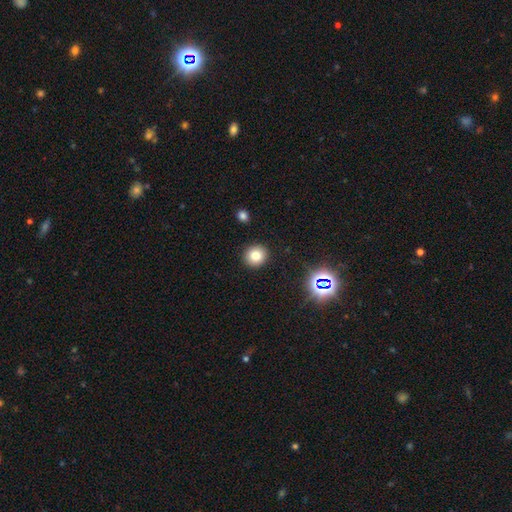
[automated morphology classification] smooth-or-featured: smooth: 79% | star or artifact: 14% | featured or disk: 8%
  how-rounded: round: 89% | in between: 10% | cigar-shaped: 1%
  merging: none: 91% | minor disturbance: 5% | major disturbance: 2% | merger: 1%